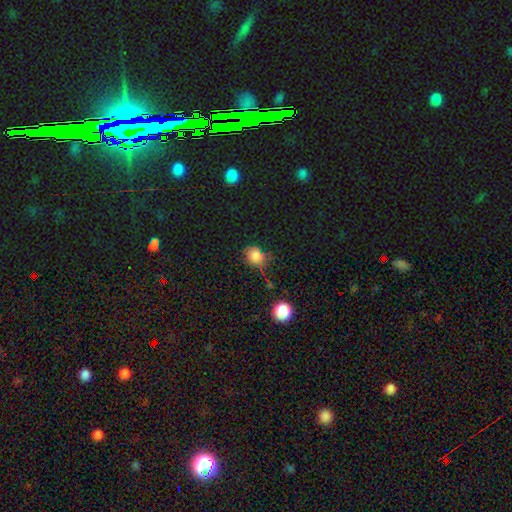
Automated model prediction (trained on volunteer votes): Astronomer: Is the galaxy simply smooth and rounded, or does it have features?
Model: smooth — 78%.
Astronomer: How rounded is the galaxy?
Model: round — 75%.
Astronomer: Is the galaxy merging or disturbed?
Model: none — 63%.